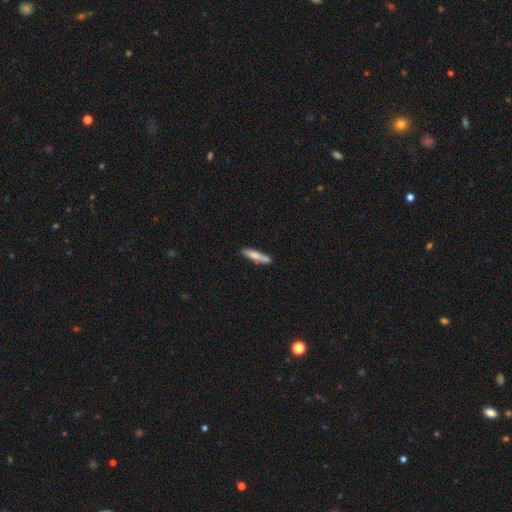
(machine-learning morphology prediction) smooth_or_featured: smooth (p=0.69) [alt: featured or disk p=0.26]
how_rounded: cigar-shaped (p=0.85) [alt: in between p=0.14]
merging: none (p=0.74) [alt: minor disturbance p=0.16]